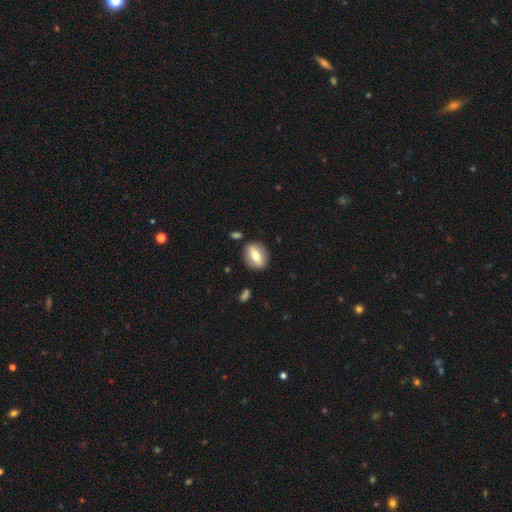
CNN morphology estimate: Smooth or featured? smooth (57%)
How rounded? in between (58%)
Merging? none (86%)